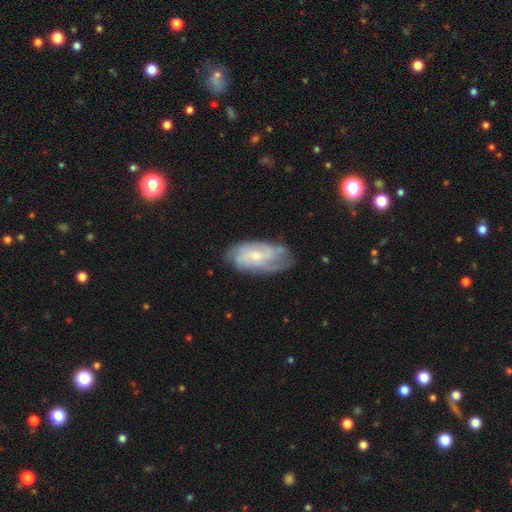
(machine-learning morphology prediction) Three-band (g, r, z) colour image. It shows a featured or disk galaxy (80%) with no bar (56%), tight (44%) spiral arms (94%) and a small central bulge (67%). Merging: none (73%).